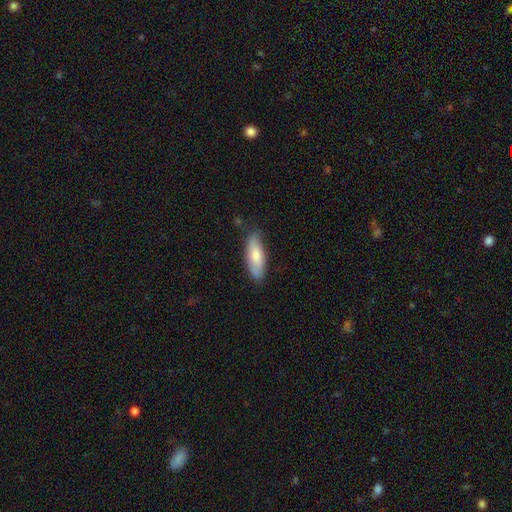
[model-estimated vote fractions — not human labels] A smooth galaxy with no disk features (74%) that is in between round and cigar-shaped (61%). Merging: none (77%).